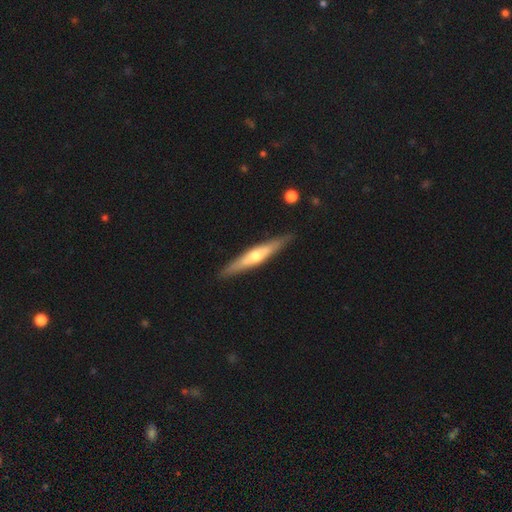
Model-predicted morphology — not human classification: This appears to be a featured or disk galaxy (62%) viewed edge-on (94%) with a rounded central bulge (85%). Merging: none (90%).